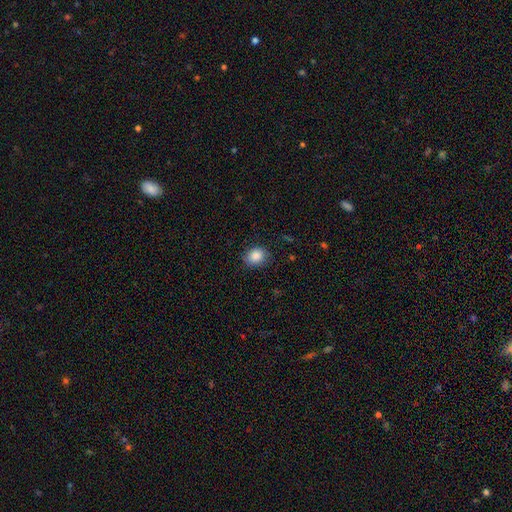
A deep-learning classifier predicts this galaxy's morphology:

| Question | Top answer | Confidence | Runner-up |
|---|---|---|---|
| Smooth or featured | smooth | 86% | star or artifact (9%) |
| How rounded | round | 53% | in between (46%) |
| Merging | none | 83% | minor disturbance (13%) |